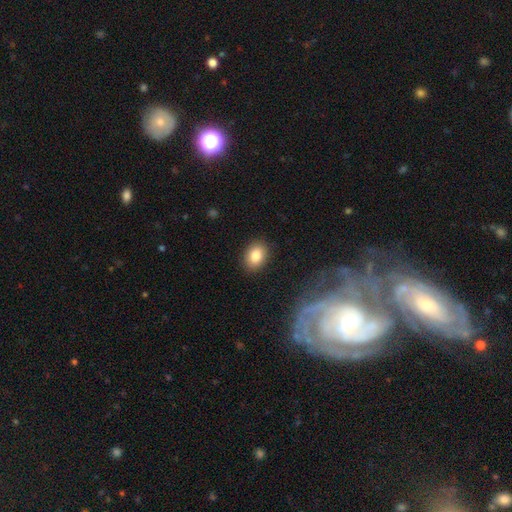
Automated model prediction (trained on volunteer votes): Q: Smooth or featured?
A: smooth (84%); runner-up: star or artifact (8%)
Q: How rounded?
A: in between (73%); runner-up: round (26%)
Q: Merging?
A: none (89%); runner-up: minor disturbance (8%)